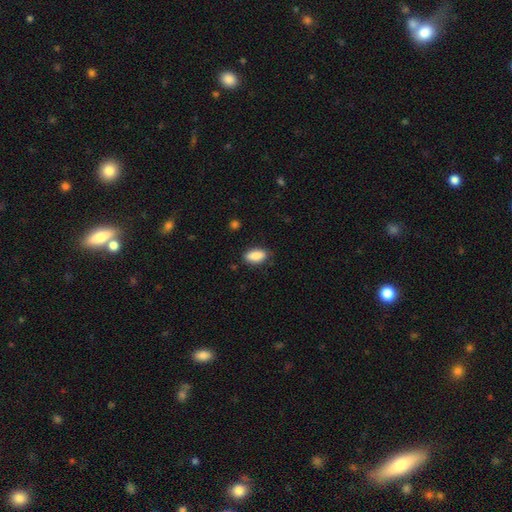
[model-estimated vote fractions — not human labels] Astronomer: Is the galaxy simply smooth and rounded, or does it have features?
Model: smooth — 88%.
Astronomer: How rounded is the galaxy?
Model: in between — 89%.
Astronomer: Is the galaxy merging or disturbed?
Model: none — 82%.